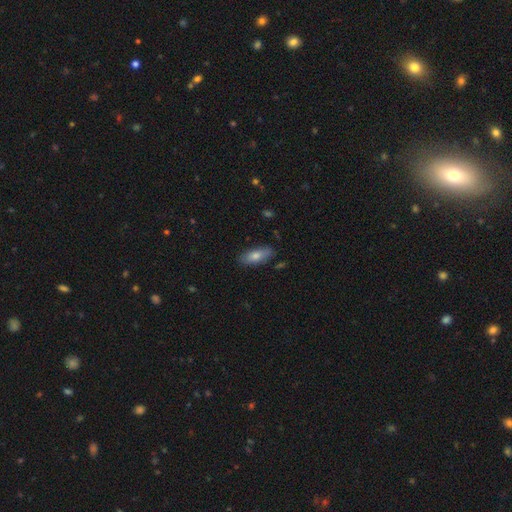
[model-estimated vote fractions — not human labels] A smooth galaxy with no disk features (71%) that is in between round and cigar-shaped (70%). Merging: none (85%).